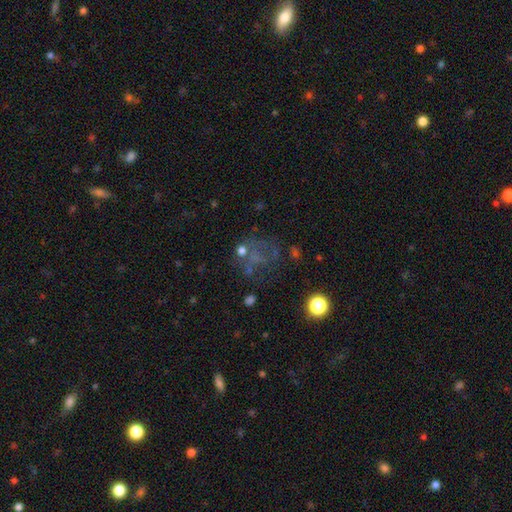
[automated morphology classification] Smooth or featured: featured or disk — 36% (smooth — 35%)
Merging: none — 45% (major disturbance — 28%)